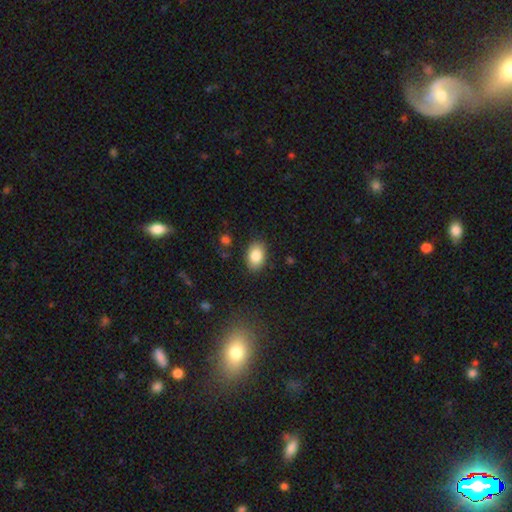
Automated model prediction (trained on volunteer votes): Smooth or featured?
  - smooth: 86% *
  - star or artifact: 8%
  - featured or disk: 7%
How rounded?
  - in between: 85% *
  - round: 14%
  - cigar-shaped: 1%
Merging?
  - none: 86% *
  - minor disturbance: 10%
  - major disturbance: 3%
  - merger: 1%